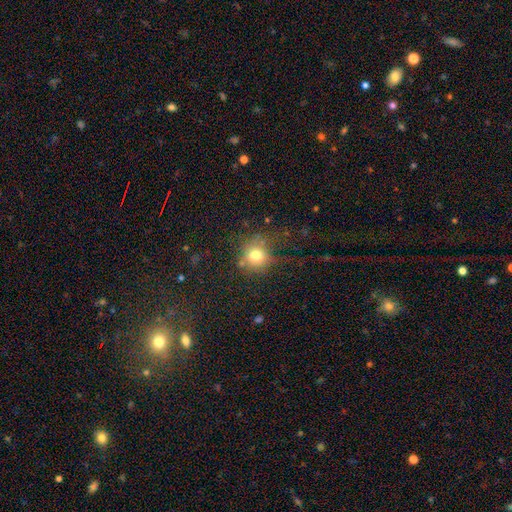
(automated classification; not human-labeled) Smooth or featured?
  - smooth: 74% *
  - star or artifact: 16%
  - featured or disk: 10%
How rounded?
  - round: 89% *
  - in between: 10%
  - cigar-shaped: 1%
Merging?
  - none: 69% *
  - minor disturbance: 17%
  - major disturbance: 10%
  - merger: 5%